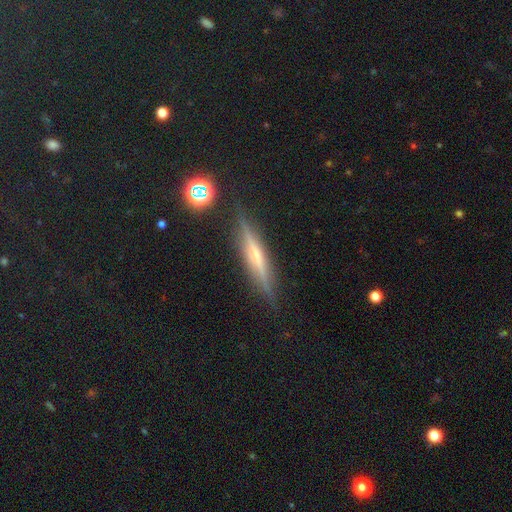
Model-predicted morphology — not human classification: This is likely a featured or disk galaxy (63%). It is clearly viewed edge-on (96%). Edge-on bulge: possibly none (46%). Merging: clearly none (87%).